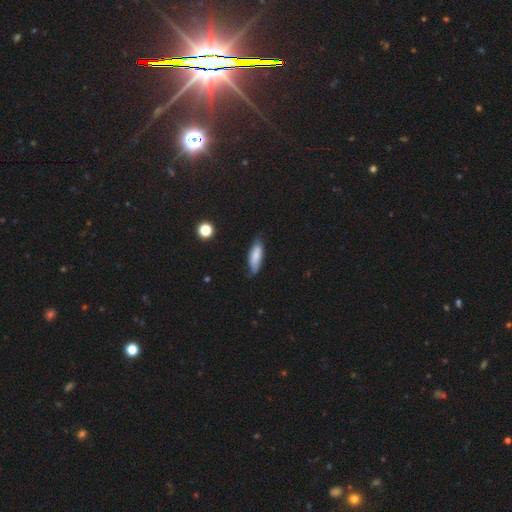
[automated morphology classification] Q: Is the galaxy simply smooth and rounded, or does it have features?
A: smooth — 80%.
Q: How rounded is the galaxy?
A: in between — 57%.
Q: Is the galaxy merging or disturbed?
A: none — 67%.